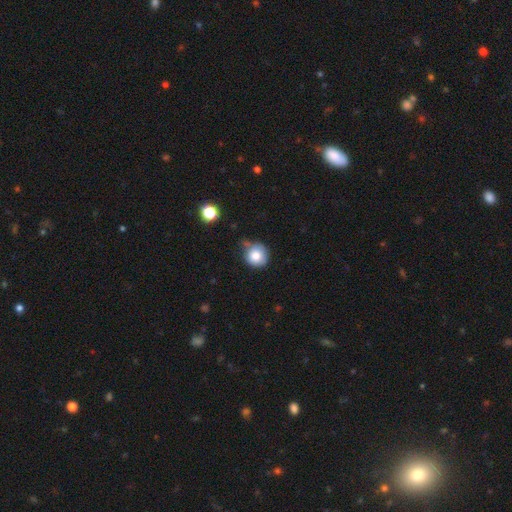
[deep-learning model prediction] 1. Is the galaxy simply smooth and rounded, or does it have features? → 82% smooth, 10% star or artifact, 9% featured or disk.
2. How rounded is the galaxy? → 91% round, 8% in between, 1% cigar-shaped.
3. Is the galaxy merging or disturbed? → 56% none, 29% minor disturbance, 8% major disturbance, 7% merger.